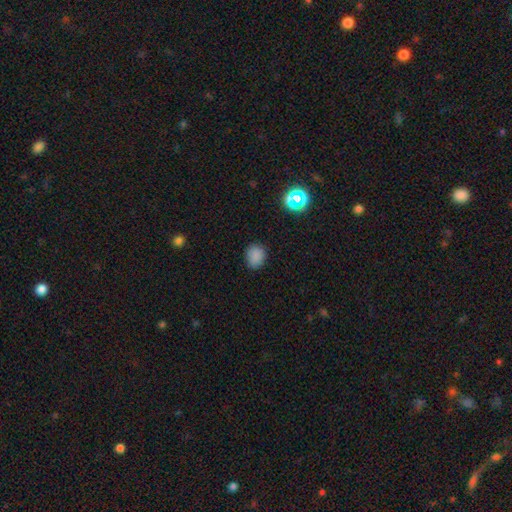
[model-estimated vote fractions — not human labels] smooth 82%, star or artifact 14%, featured or disk 4%. Down the decision tree: how rounded — round (65%); merging — none (85%).